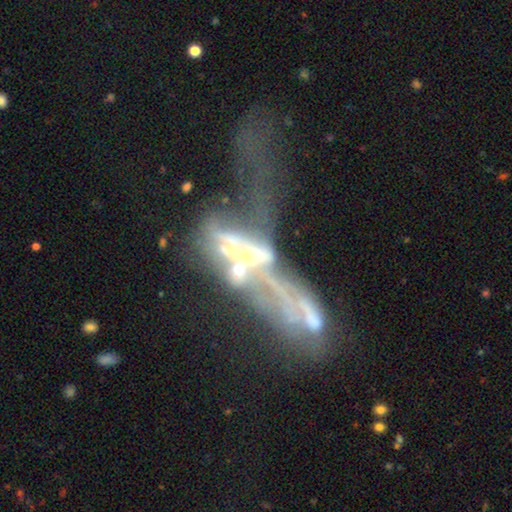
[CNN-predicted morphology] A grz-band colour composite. It shows a featured or disk galaxy (59%). Merging: merger (53%).